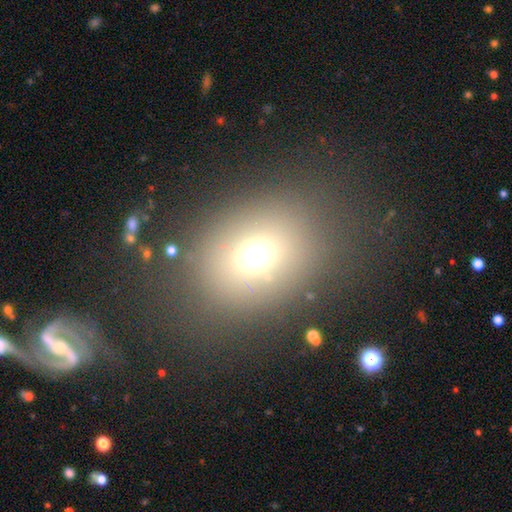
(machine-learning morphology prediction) smooth_or_featured: smooth (p=0.68) [alt: star or artifact p=0.20]
how_rounded: in between (p=0.50) [alt: round p=0.49]
merging: none (p=0.78) [alt: minor disturbance p=0.11]